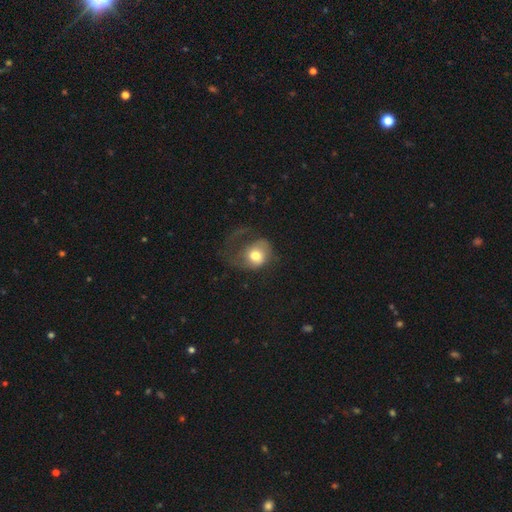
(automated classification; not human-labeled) Morphology: type=smooth (59%); roundness=round (60%); merging=major disturbance (53%).